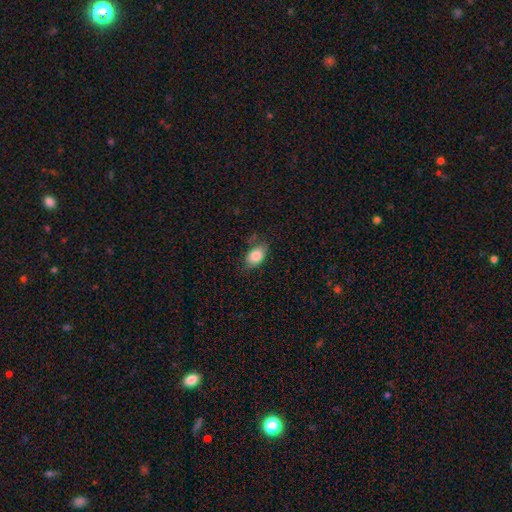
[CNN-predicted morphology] Smooth or featured? Predicted: smooth (p=0.86). How rounded? Predicted: in between (p=0.87). Merging? Predicted: none (p=0.72).